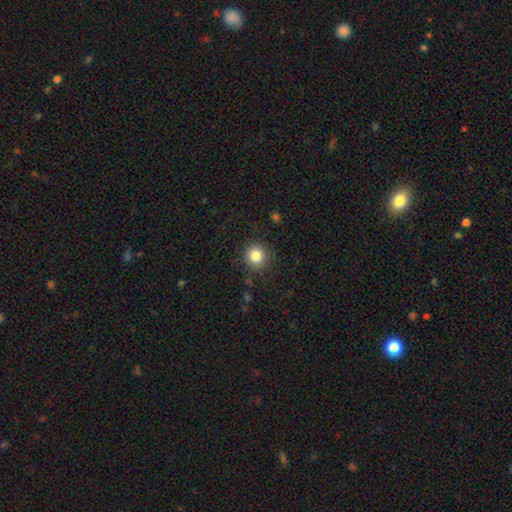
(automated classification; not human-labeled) The model was most divided on "smooth or featured": smooth: 83%, star or artifact: 11%, featured or disk: 6%. More confident: how rounded — round (92%); merging — none (88%).